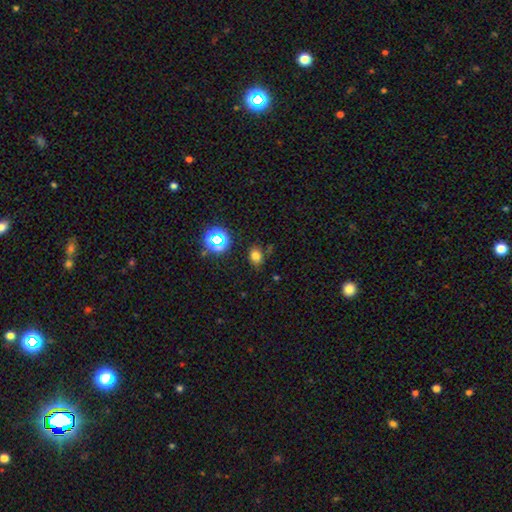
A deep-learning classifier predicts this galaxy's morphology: smooth 71%, star or artifact 23%, featured or disk 7%. Down the decision tree: how rounded — in between (50%); merging — none (75%).